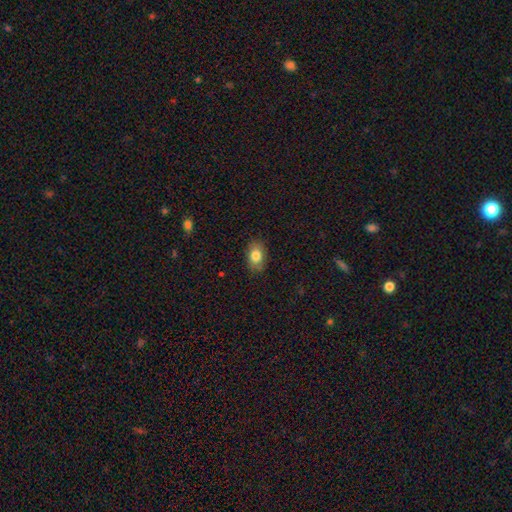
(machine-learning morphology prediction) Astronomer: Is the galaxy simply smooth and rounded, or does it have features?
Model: smooth — 82%.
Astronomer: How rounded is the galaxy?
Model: in between — 82%.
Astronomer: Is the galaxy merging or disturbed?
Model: none — 86%.